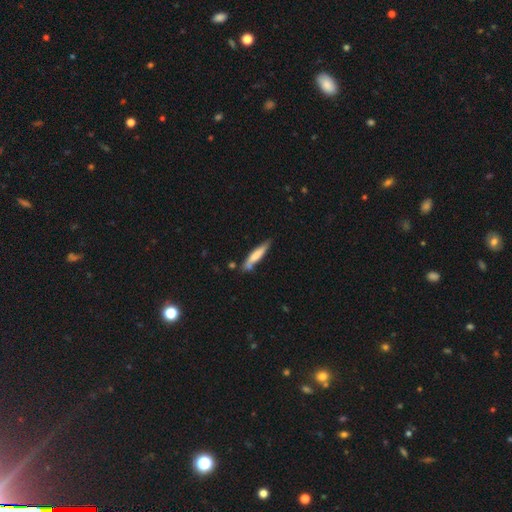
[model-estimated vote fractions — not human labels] The model was most divided on "smooth or featured": smooth: 68%, featured or disk: 26%, star or artifact: 6%. More confident: how rounded — cigar-shaped (88%); merging — none (67%).